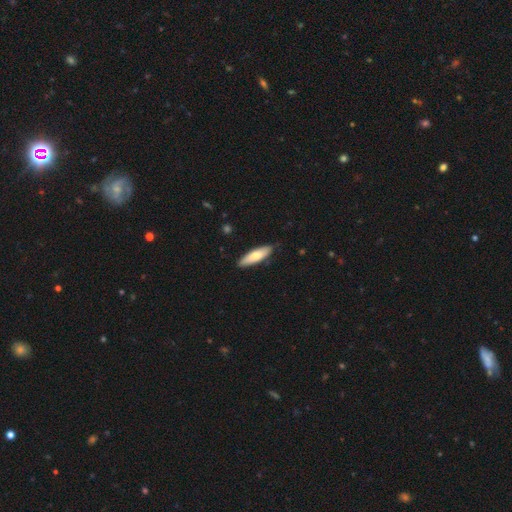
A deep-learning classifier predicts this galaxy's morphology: type=smooth (73%); roundness=cigar-shaped (56%); merging=none (86%).